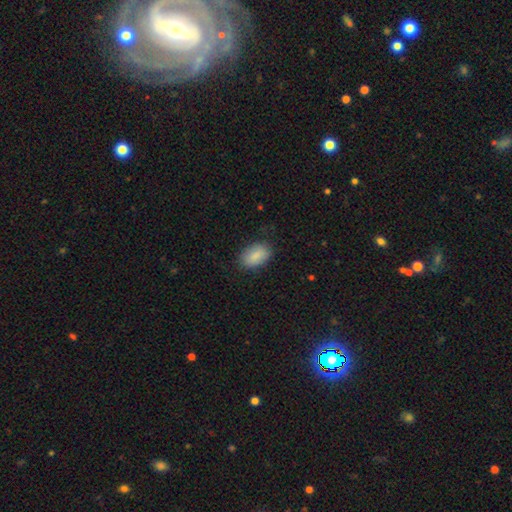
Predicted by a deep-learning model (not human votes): Smooth or featured? Predicted: smooth (p=0.88). How rounded? Predicted: in between (p=0.92). Merging? Predicted: none (p=0.82).